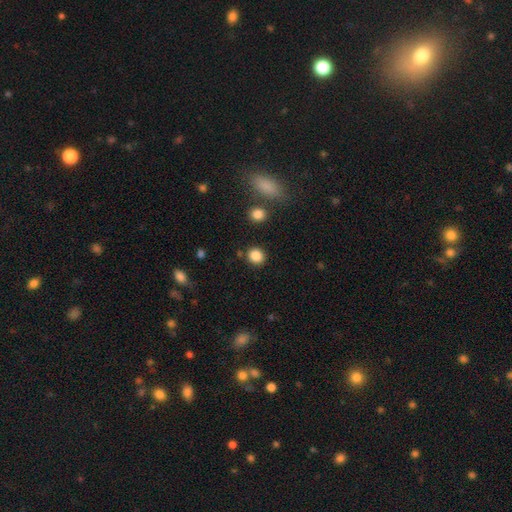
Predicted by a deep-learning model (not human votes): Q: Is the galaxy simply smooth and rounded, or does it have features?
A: smooth — 86%.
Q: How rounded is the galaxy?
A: round — 82%.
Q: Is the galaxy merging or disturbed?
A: none — 85%.